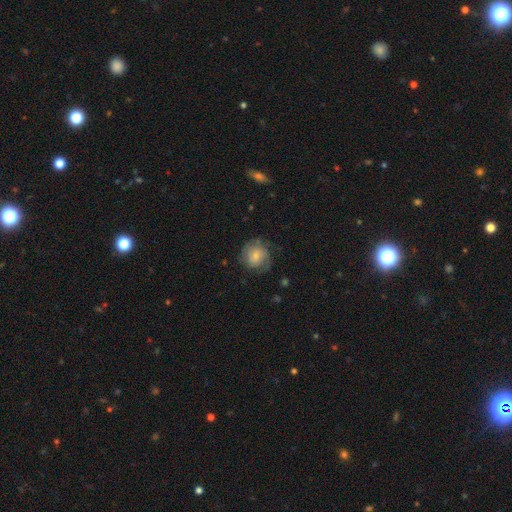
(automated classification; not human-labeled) This appears to be a featured or disk galaxy (47%). Merging: none (65%).